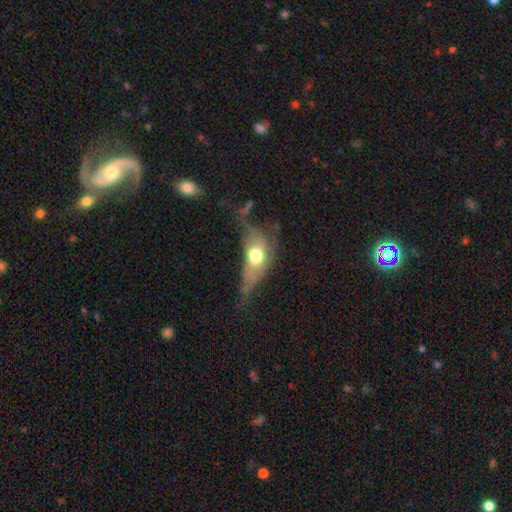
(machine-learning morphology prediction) smooth 48%, featured or disk 42%, star or artifact 10%. Down the decision tree: merging — major disturbance (41%).